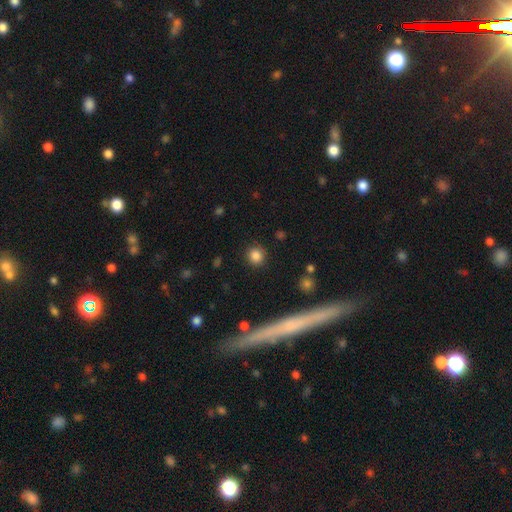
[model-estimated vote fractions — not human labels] smooth_or_featured: smooth (p=0.84) [alt: star or artifact p=0.11]
how_rounded: round (p=0.89) [alt: in between p=0.10]
merging: none (p=0.89) [alt: minor disturbance p=0.07]